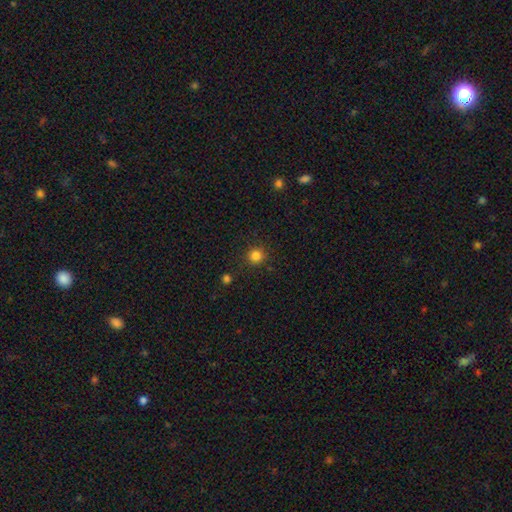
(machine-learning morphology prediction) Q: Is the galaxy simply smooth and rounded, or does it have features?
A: smooth — 83%.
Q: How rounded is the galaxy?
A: round — 94%.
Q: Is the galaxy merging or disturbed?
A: none — 89%.